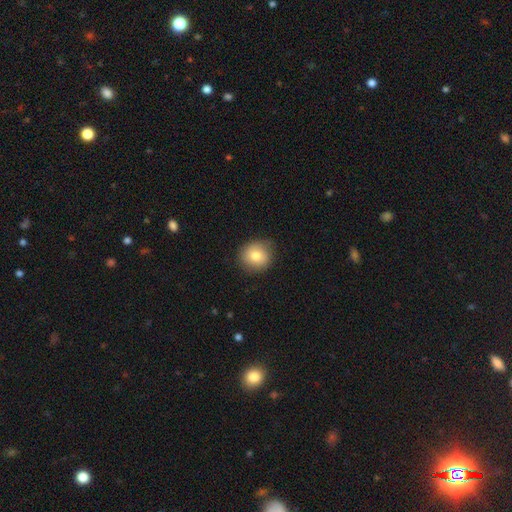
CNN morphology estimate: A smooth galaxy with no disk features (79%) that is round (83%). Merging: none (82%).